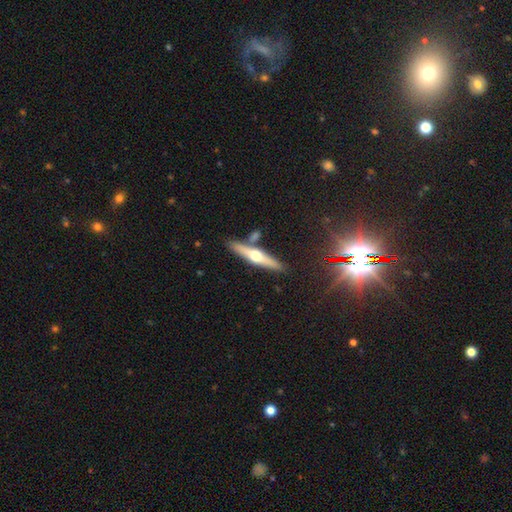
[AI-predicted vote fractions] featured or disk 61%, smooth 33%, star or artifact 6%. Down the decision tree: edge-on disk — yes (95%); edge-on bulge — rounded (93%); merging — none (79%).